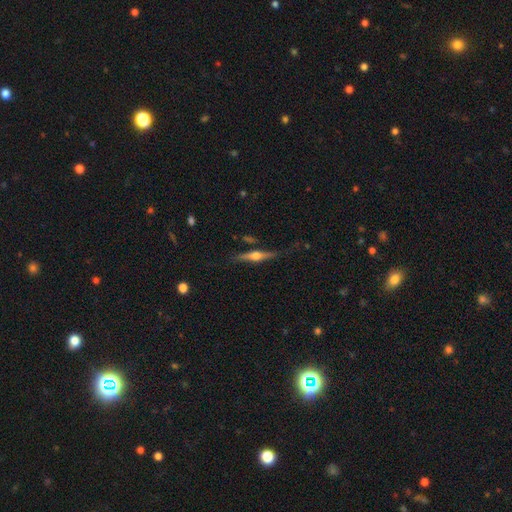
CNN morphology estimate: A featured or disk galaxy (74%) viewed edge-on (98%) with a rounded central bulge (93%). Merging: none (80%).